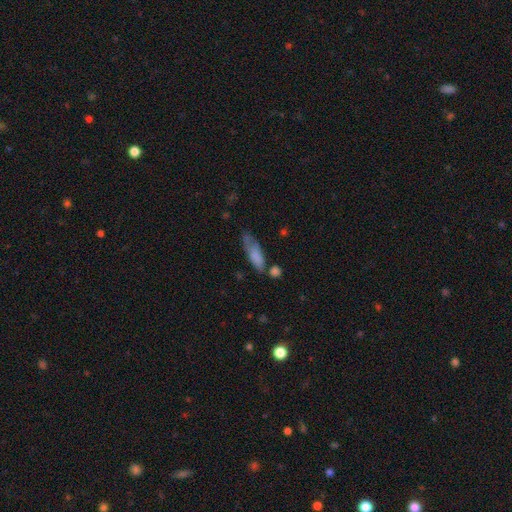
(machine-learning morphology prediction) Smooth or featured? smooth (74%)
How rounded? in between (53%)
Merging? none (41%)